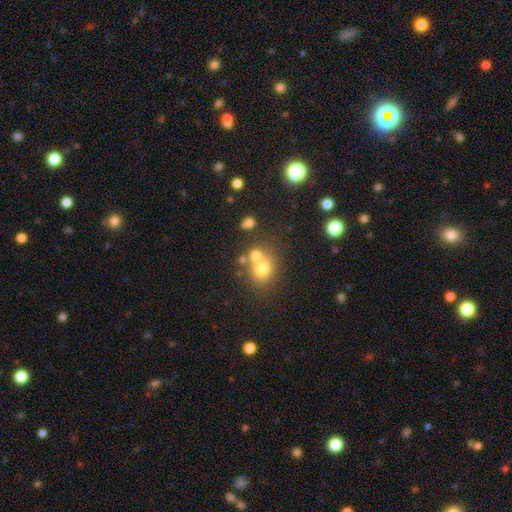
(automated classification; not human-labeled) Smooth or featured? Predicted: smooth (p=0.71). How rounded? Predicted: round (p=0.69). Merging? Predicted: none (p=0.45).